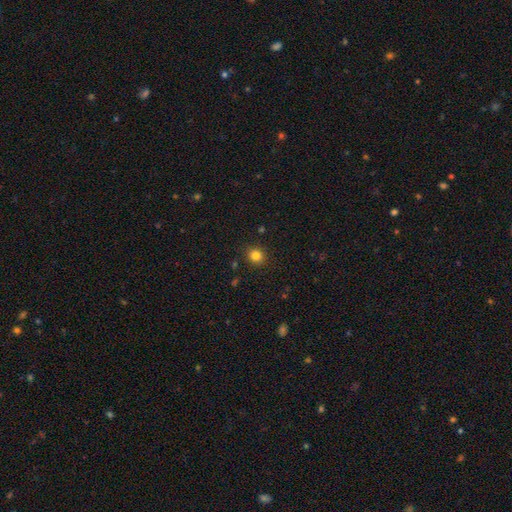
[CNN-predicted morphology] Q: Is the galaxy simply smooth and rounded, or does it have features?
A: smooth — 82%.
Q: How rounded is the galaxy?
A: round — 86%.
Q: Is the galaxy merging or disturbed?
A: none — 90%.